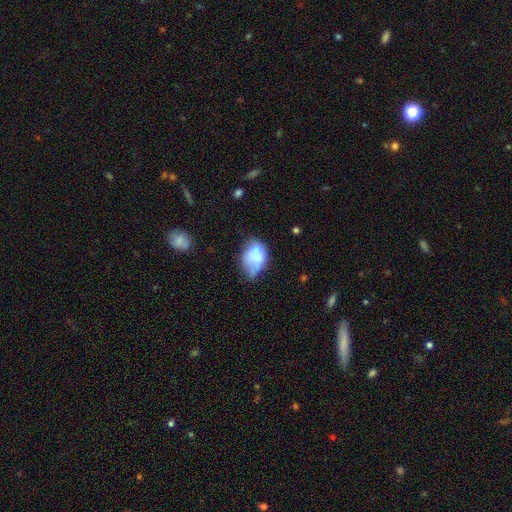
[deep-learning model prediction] Smooth or featured? smooth (63%)
How rounded? in between (80%)
Merging? minor disturbance (31%)